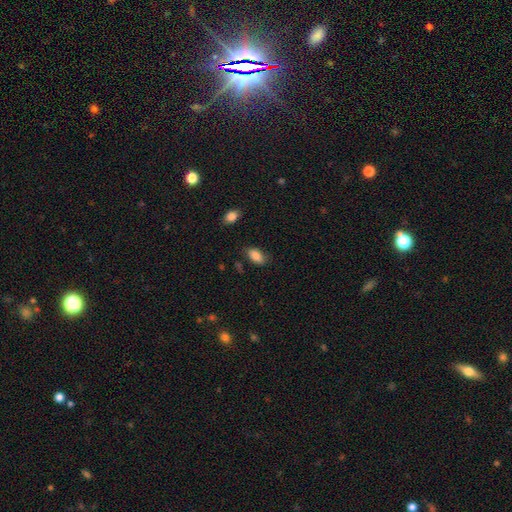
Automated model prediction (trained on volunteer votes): smooth 85%, star or artifact 8%, featured or disk 7%. Down the decision tree: how rounded — in between (92%); merging — none (78%).